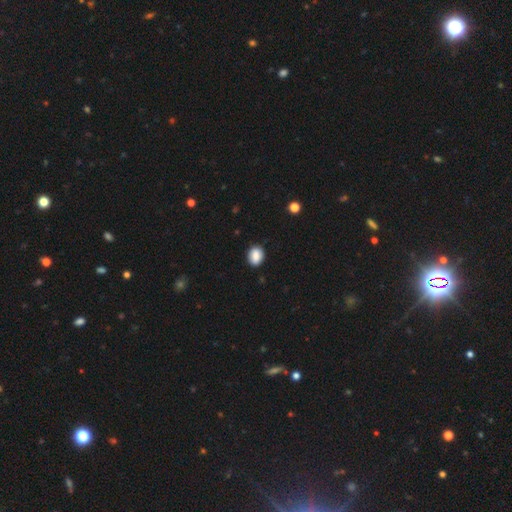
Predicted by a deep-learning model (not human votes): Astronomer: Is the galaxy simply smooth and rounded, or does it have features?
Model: smooth — 86%.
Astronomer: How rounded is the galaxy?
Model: in between — 55% (runner-up: round, 44%).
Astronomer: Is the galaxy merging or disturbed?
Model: none — 88%.